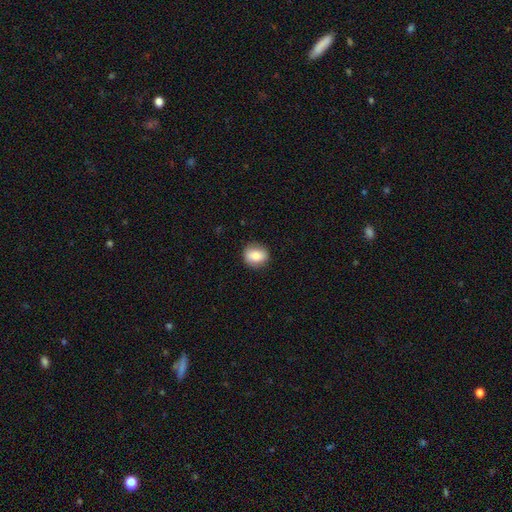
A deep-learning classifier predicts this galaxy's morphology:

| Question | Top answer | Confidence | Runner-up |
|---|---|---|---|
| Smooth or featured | smooth | 78% | featured or disk (14%) |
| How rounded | round | 71% | in between (28%) |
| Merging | none | 85% | minor disturbance (12%) |